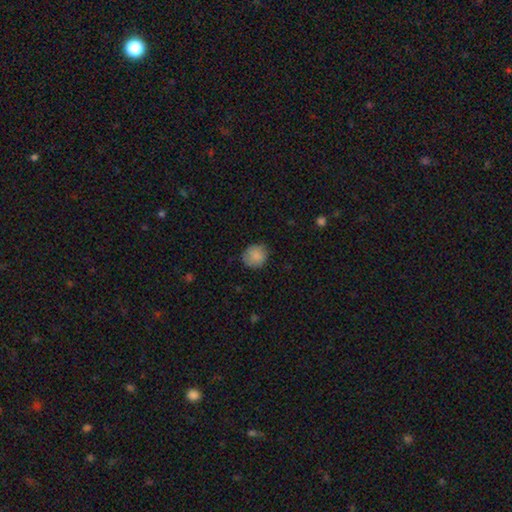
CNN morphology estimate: Smooth or featured?
  - smooth: 87% *
  - star or artifact: 8%
  - featured or disk: 5%
How rounded?
  - round: 85% *
  - in between: 14%
  - cigar-shaped: 1%
Merging?
  - none: 82% *
  - minor disturbance: 14%
  - major disturbance: 3%
  - merger: 1%